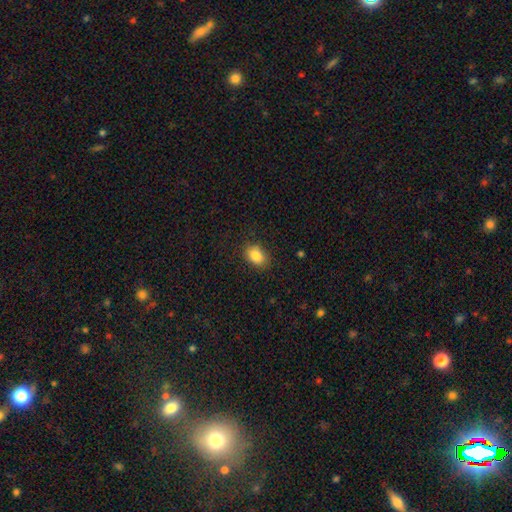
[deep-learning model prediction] Morphology: type=smooth (85%); roundness=in between (77%); merging=none (84%).